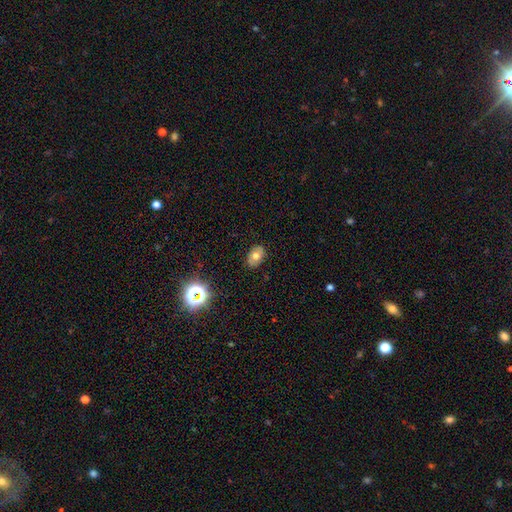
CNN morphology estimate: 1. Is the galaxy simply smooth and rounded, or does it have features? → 65% smooth, 23% featured or disk, 13% star or artifact.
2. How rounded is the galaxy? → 80% in between, 18% round, 1% cigar-shaped.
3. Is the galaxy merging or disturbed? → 85% none, 11% minor disturbance, 3% major disturbance, 1% merger.